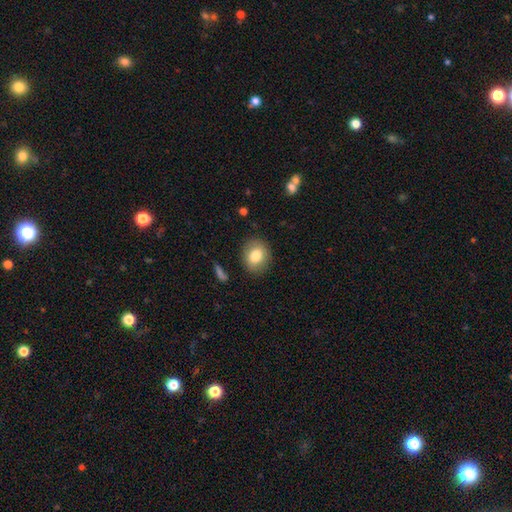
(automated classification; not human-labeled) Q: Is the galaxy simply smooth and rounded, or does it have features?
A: smooth — 79%.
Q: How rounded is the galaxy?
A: round — 58%.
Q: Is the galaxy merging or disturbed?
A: none — 86%.